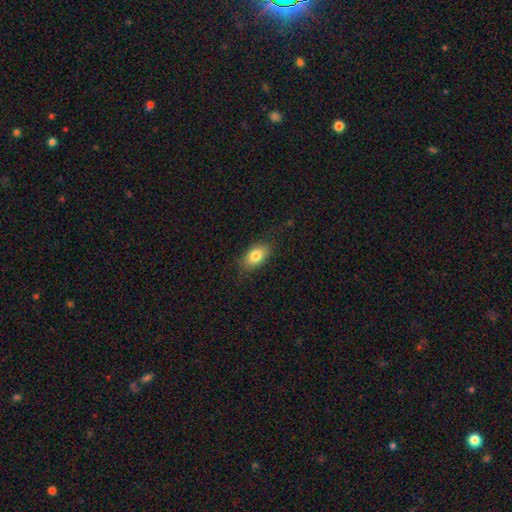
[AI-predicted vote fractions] Smooth or featured? smooth (81%)
How rounded? in between (87%)
Merging? none (81%)